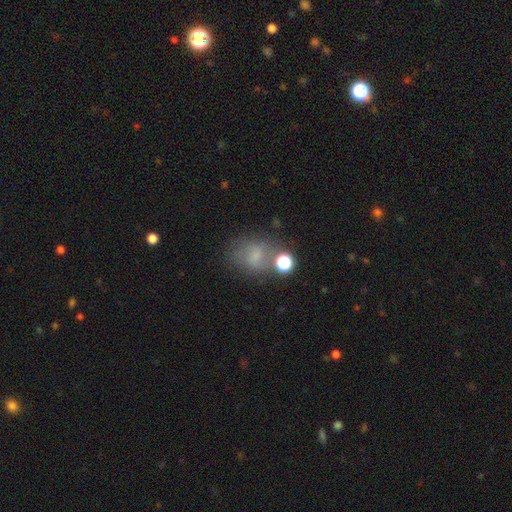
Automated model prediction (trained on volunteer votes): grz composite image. It shows a smooth galaxy with no disk features (57%) that is in between round and cigar-shaped (52%). Merging: none (52%).